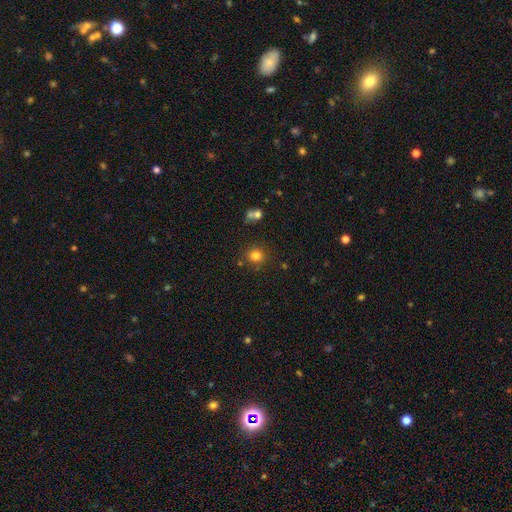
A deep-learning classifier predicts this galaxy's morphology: smooth 79%, star or artifact 14%, featured or disk 7%. Down the decision tree: how rounded — round (88%); merging — none (81%).